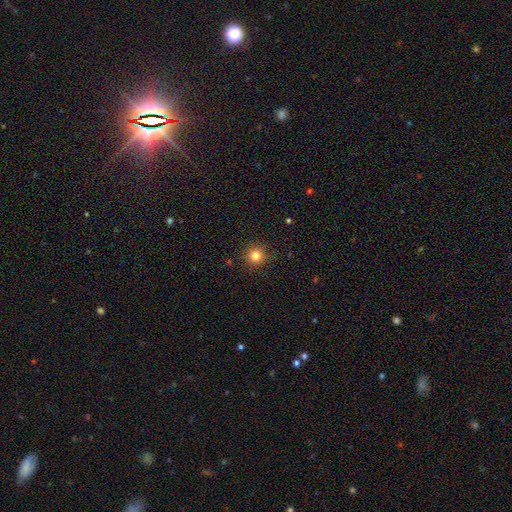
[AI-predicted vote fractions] The model was most divided on "smooth or featured": smooth: 82%, star or artifact: 12%, featured or disk: 6%. More confident: how rounded — round (95%); merging — none (90%).